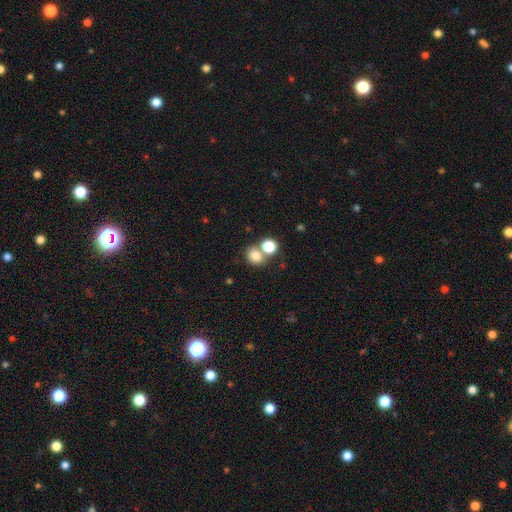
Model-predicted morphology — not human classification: smooth-or-featured: smooth: 80% | star or artifact: 12% | featured or disk: 8%
  how-rounded: round: 68% | in between: 31% | cigar-shaped: 1%
  merging: none: 47% | merger: 42% | minor disturbance: 8% | major disturbance: 3%